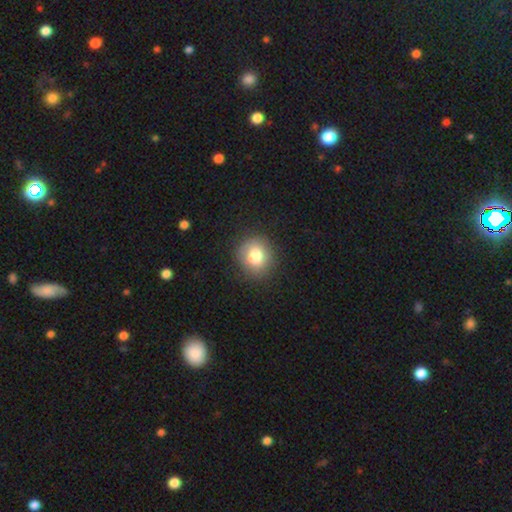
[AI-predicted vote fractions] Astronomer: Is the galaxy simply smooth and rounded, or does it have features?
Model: smooth — 80%.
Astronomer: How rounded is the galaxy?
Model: round — 83%.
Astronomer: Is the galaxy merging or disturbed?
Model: none — 83%.